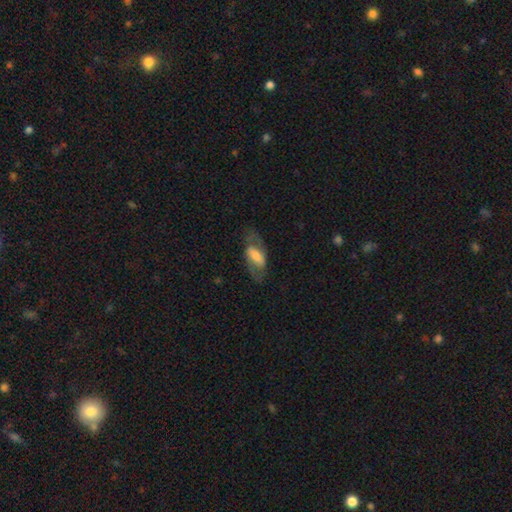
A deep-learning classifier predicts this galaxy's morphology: type=featured or disk (56%); edge-on=no (88%); merging=none (69%).